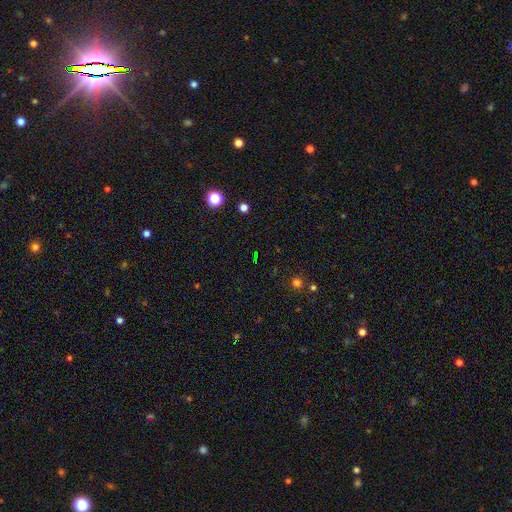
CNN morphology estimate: Smooth or featured? Predicted: star or artifact (p=0.69).